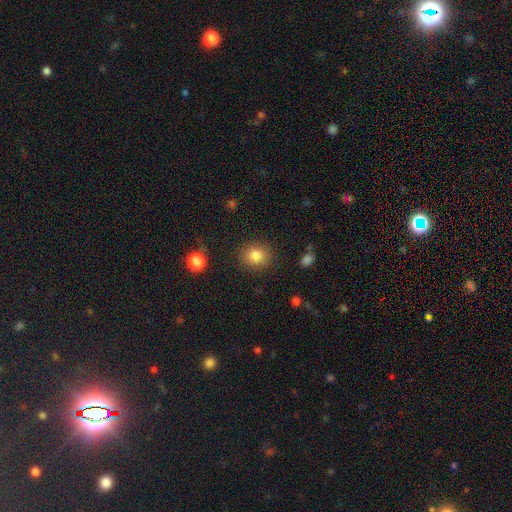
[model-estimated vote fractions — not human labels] smooth_or_featured: smooth (p=0.84) [alt: star or artifact p=0.10]
how_rounded: round (p=0.78) [alt: in between p=0.21]
merging: none (p=0.87) [alt: minor disturbance p=0.08]